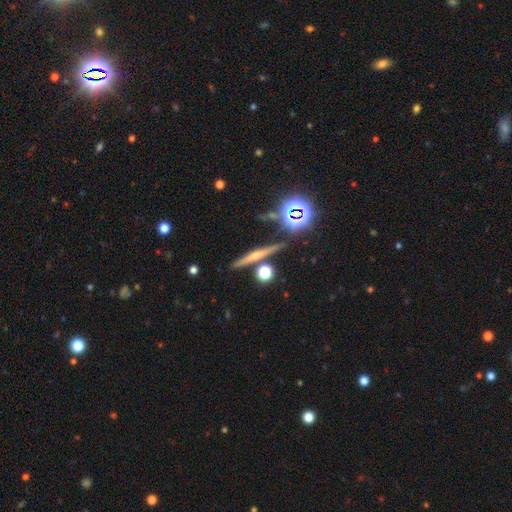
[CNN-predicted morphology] Q: Smooth or featured?
A: featured or disk (54%); runner-up: smooth (25%)
Q: Edge-on disk?
A: yes (95%); runner-up: no (5%)
Q: Edge-on bulge?
A: rounded (64%); runner-up: none (27%)
Q: Merging?
A: none (85%); runner-up: minor disturbance (7%)